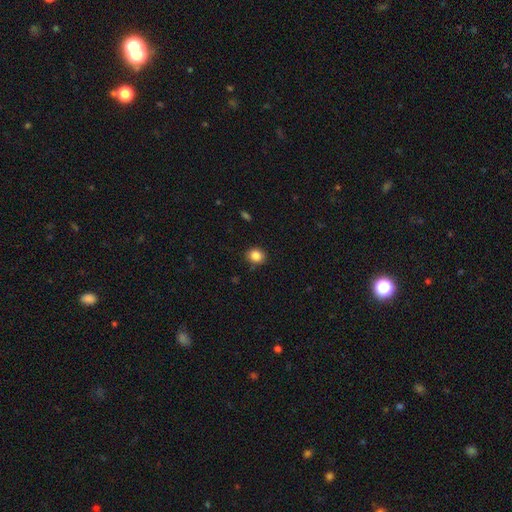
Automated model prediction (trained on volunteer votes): Smooth or featured? smooth (86%)
How rounded? round (76%)
Merging? none (87%)